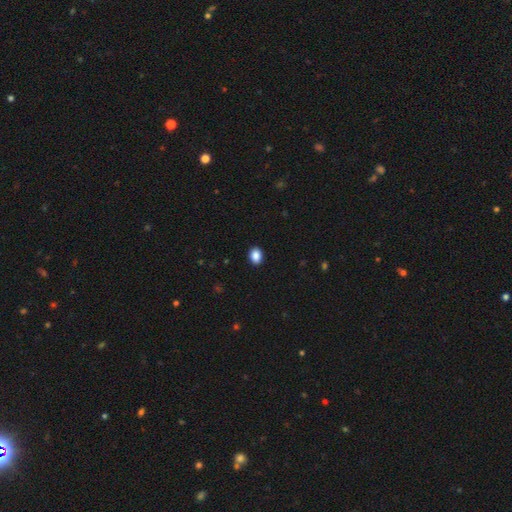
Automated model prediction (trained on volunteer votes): A smooth galaxy with no disk features (89%) that is in between round and cigar-shaped (70%).

Vote fractions:
- Smooth or featured? smooth: 89% / star or artifact: 8% / featured or disk: 3%
- How rounded? in between: 70% / round: 29% / cigar-shaped: 1%
- Merging? none: 91% / minor disturbance: 6% / major disturbance: 2% / merger: 1%